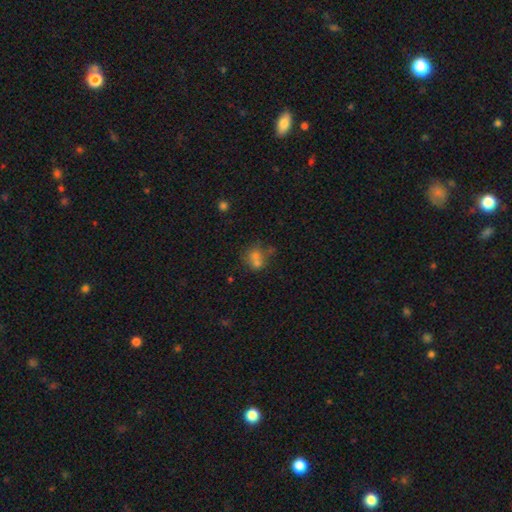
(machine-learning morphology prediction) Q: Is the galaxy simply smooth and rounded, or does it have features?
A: smooth — 59%.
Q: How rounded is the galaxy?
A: round — 63%.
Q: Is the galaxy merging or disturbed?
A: none — 42%.